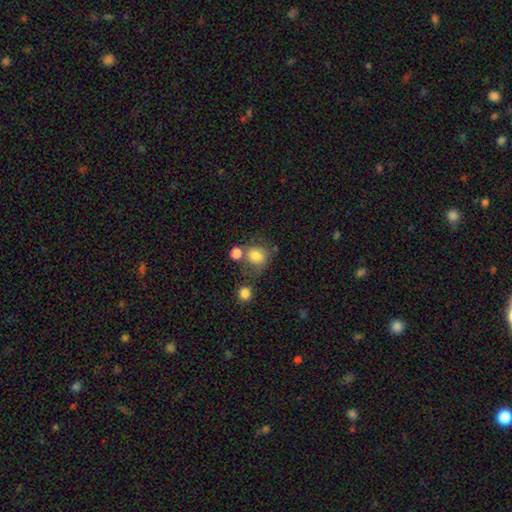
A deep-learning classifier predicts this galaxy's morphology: smooth 78%, featured or disk 11%, star or artifact 11%. Down the decision tree: how rounded — round (75%); merging — none (48%).